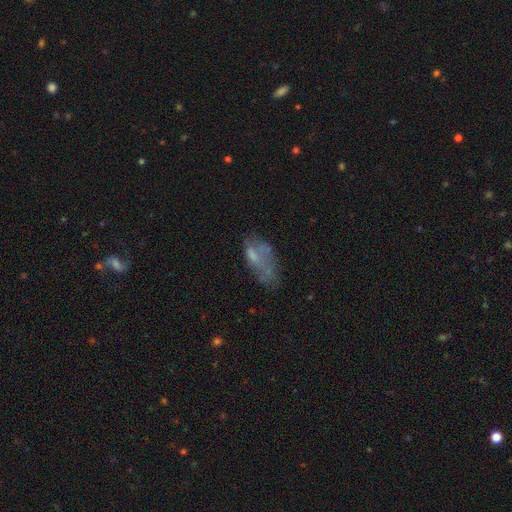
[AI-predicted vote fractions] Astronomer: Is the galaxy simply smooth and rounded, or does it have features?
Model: smooth — 47% (runner-up: featured or disk, 40%).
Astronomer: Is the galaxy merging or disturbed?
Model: major disturbance — 33% (runner-up: none, 32%).